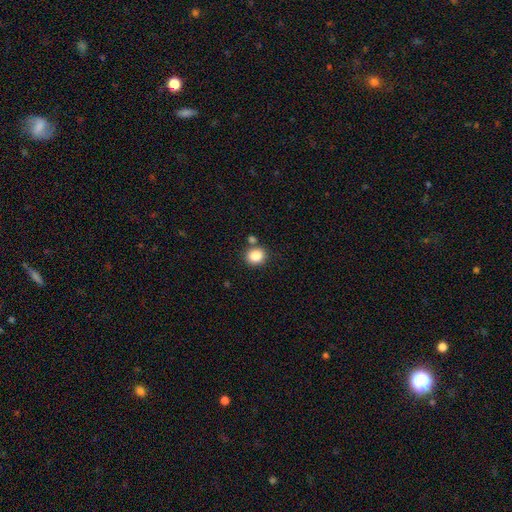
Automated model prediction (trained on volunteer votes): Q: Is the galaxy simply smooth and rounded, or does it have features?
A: smooth — 85%.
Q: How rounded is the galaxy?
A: round — 81%.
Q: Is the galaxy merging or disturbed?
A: none — 78%.